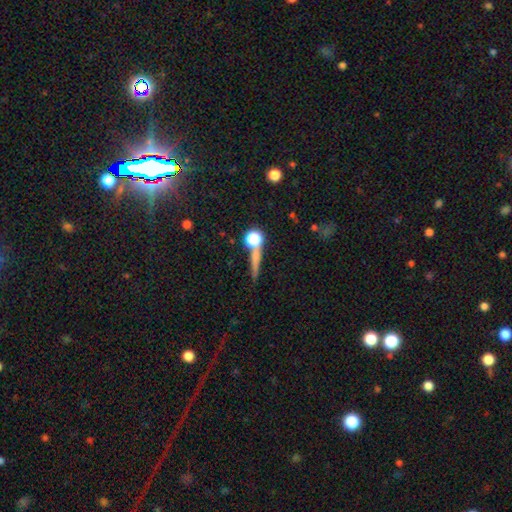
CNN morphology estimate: The model was most divided on "smooth or featured": smooth: 52%, featured or disk: 25%, star or artifact: 23%. More confident: merging — none (68%); how rounded — cigar-shaped (64%).